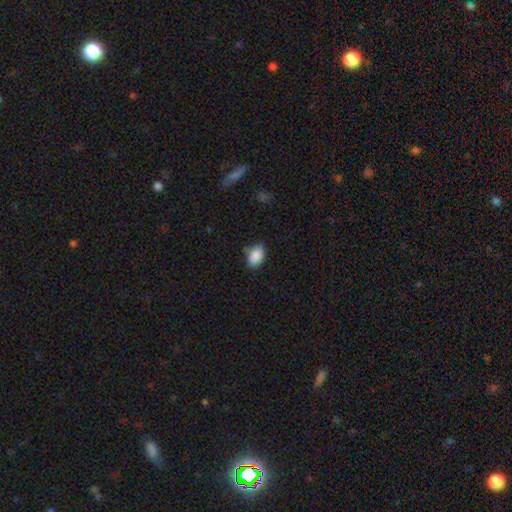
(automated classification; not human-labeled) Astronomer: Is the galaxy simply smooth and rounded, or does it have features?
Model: smooth — 88%.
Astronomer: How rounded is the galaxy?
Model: in between — 90%.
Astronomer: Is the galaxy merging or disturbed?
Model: none — 74%.